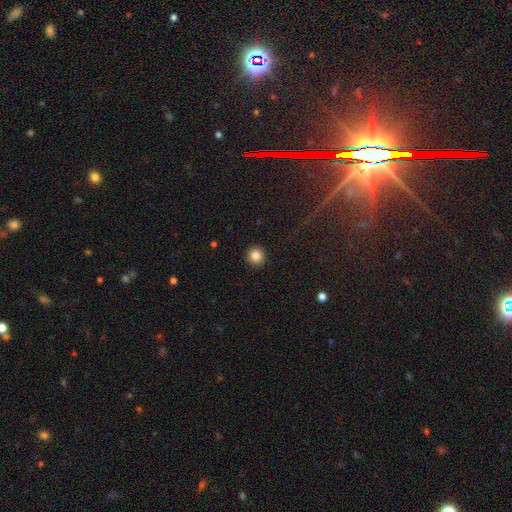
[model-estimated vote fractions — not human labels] smooth 85%, star or artifact 10%, featured or disk 5%. Down the decision tree: how rounded — round (95%); merging — none (93%).